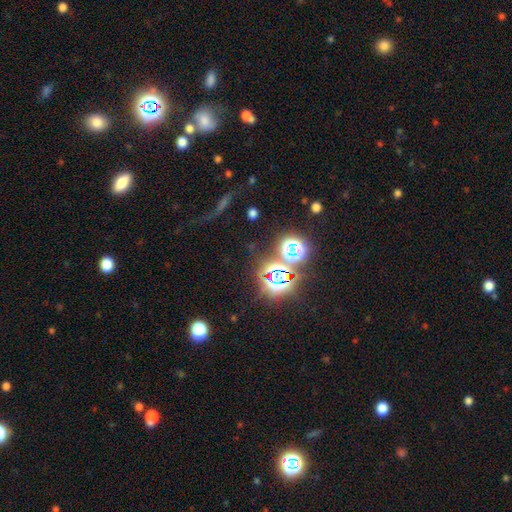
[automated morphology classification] Smooth or featured: star or artifact — 73% (smooth — 19%)